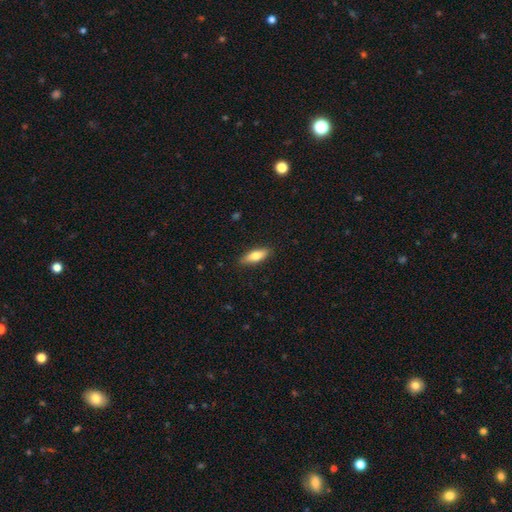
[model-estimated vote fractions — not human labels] Q: Smooth or featured?
A: smooth (76%); runner-up: featured or disk (18%)
Q: How rounded?
A: in between (64%); runner-up: cigar-shaped (34%)
Q: Merging?
A: none (87%); runner-up: minor disturbance (10%)